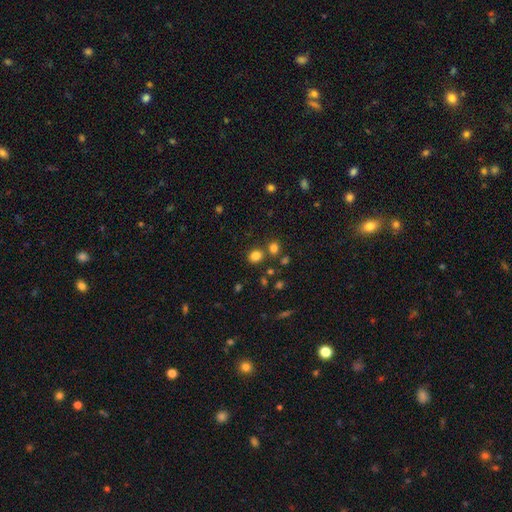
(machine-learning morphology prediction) smooth-or-featured: smooth: 79% | star or artifact: 16% | featured or disk: 5%
  how-rounded: round: 74% | in between: 25% | cigar-shaped: 1%
  merging: none: 76% | merger: 13% | minor disturbance: 8% | major disturbance: 3%